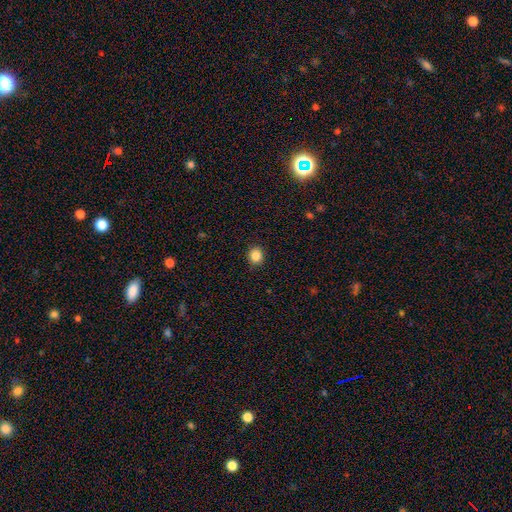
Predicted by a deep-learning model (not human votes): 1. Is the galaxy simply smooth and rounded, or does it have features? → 86% smooth, 10% star or artifact, 4% featured or disk.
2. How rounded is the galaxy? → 78% round, 21% in between, 1% cigar-shaped.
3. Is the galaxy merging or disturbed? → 91% none, 6% minor disturbance, 2% major disturbance, 1% merger.